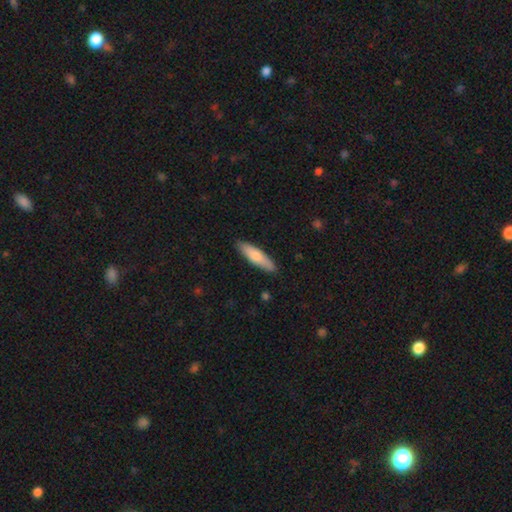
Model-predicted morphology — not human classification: Smooth or featured? smooth (74%)
How rounded? cigar-shaped (68%)
Merging? none (88%)